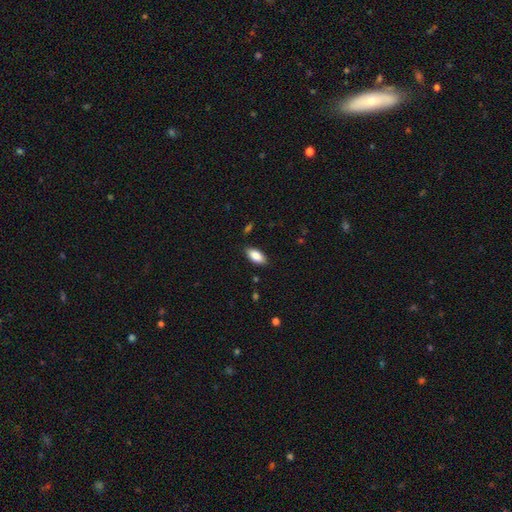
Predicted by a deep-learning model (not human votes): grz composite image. It shows a smooth galaxy with no disk features (85%) that is in between round and cigar-shaped (89%). Merging: none (86%).